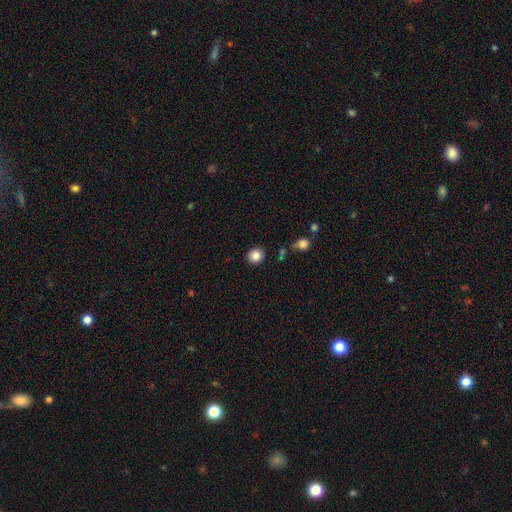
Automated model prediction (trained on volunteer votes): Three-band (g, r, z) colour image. It shows a smooth galaxy with no disk features (85%) that is round (87%). Merging: none (88%).